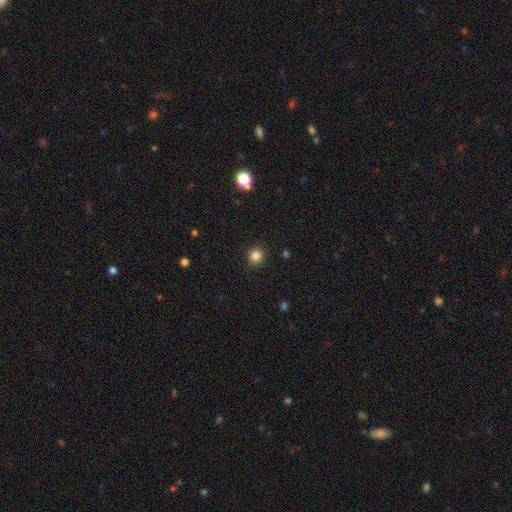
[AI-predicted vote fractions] Morphology: type=smooth (84%); roundness=round (91%); merging=none (90%).